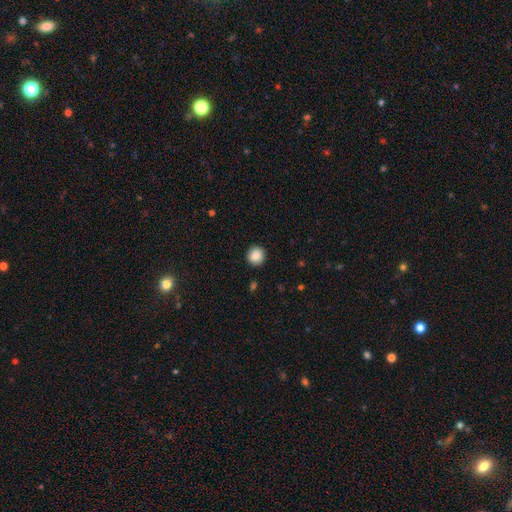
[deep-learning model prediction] The model was most divided on "smooth or featured": smooth: 88%, star or artifact: 9%, featured or disk: 3%. More confident: how rounded — round (90%); merging — none (90%).